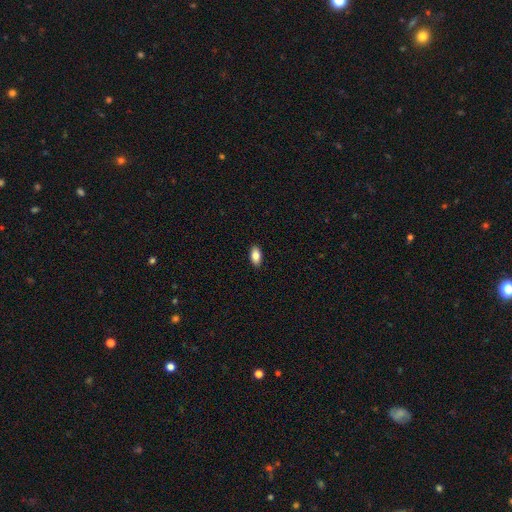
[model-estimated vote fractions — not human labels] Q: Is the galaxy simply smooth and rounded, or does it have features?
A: smooth — 84%.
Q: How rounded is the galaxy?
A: in between — 92%.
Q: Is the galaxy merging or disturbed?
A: none — 90%.